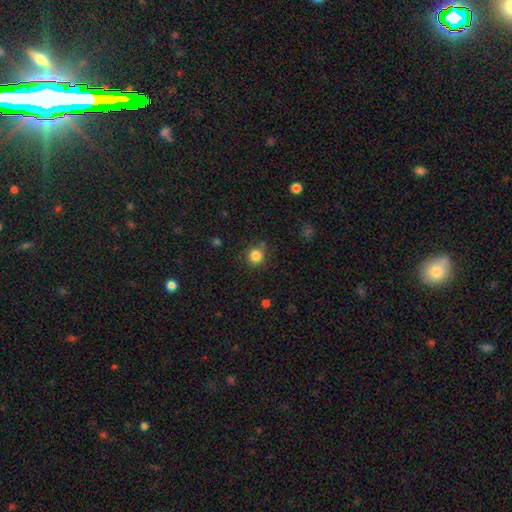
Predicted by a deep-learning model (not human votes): Overall: smooth (84%). How rounded: round (93%). Merging: none (84%).